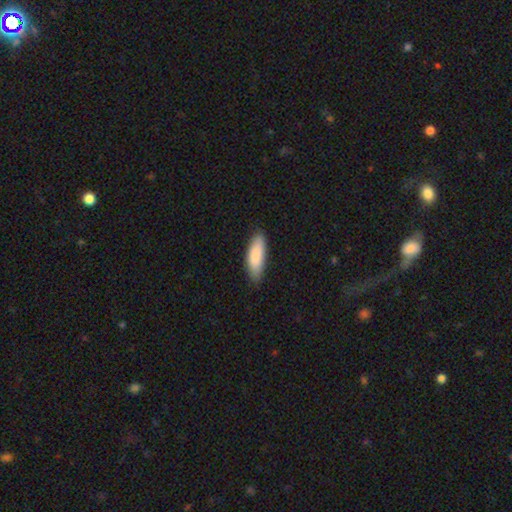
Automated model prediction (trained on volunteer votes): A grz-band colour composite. It shows a smooth galaxy with no disk features (88%) that is in between round and cigar-shaped (61%). Merging: none (81%).